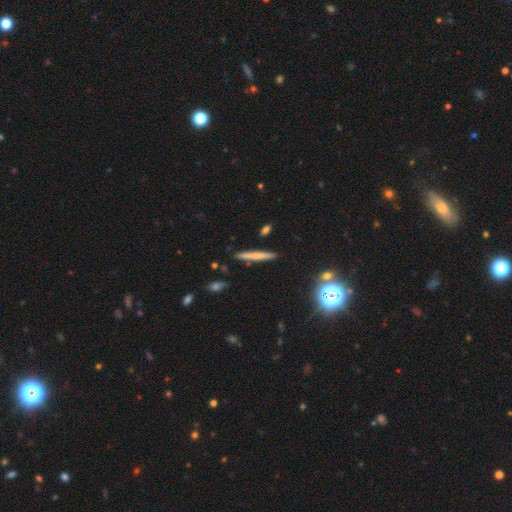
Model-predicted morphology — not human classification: smooth_or_featured: smooth (p=0.60) [alt: featured or disk p=0.31]
how_rounded: cigar-shaped (p=0.95) [alt: in between p=0.03]
merging: none (p=0.90) [alt: minor disturbance p=0.07]